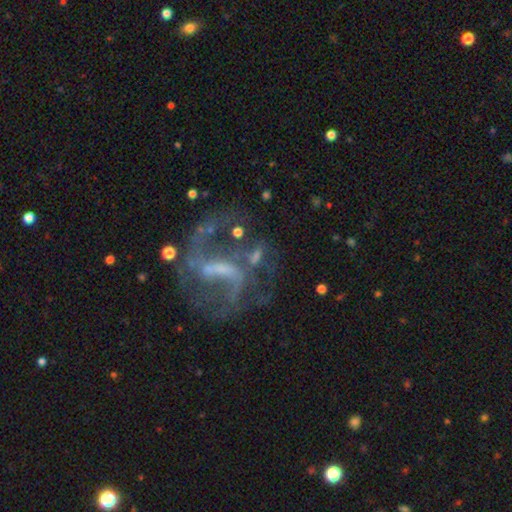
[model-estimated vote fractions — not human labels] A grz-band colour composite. It shows a featured or disk galaxy (82%) with a strong bar (49%), 2 (73%) loose (46%) spiral arms (86%) and a small central bulge (37%). Merging: none (48%).